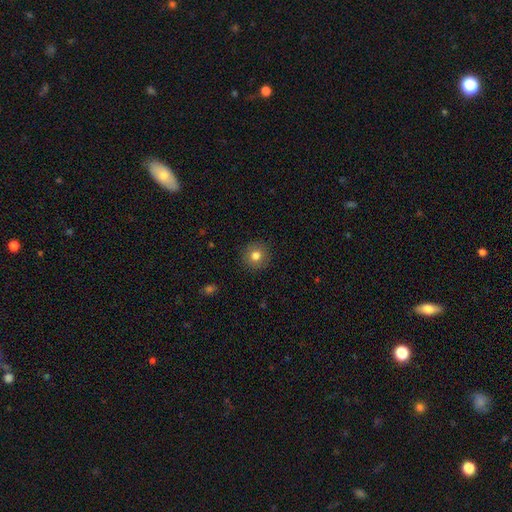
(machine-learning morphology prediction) Smooth or featured: smooth — 80% (star or artifact — 10%)
How rounded: round — 92% (in between — 7%)
Merging: none — 90% (minor disturbance — 7%)